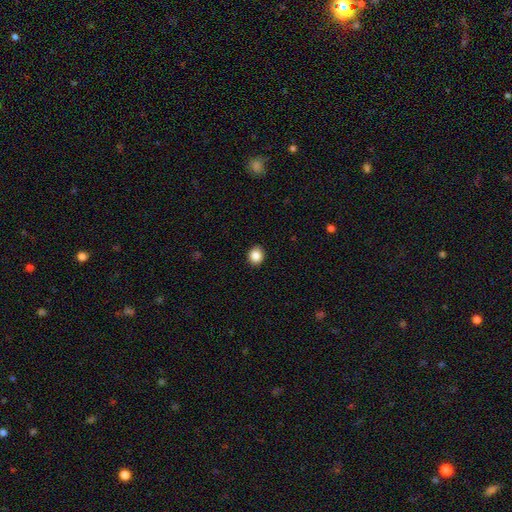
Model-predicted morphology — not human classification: type=smooth (87%); roundness=round (76%); merging=none (92%).